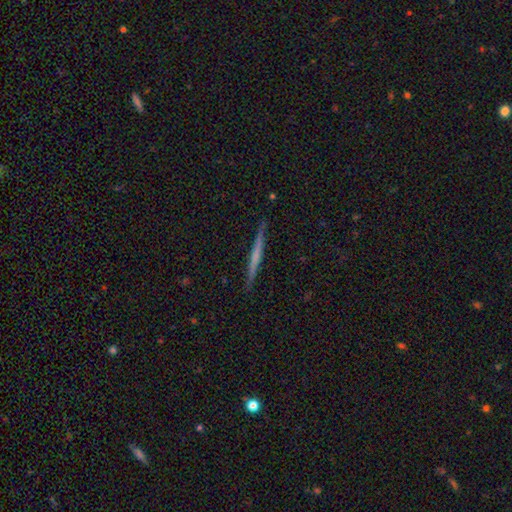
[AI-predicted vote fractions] Smooth or featured? Predicted: featured or disk (p=0.58). Edge-on disk? Predicted: yes (p=0.98). Edge-on bulge? Predicted: none (p=0.72). Merging? Predicted: none (p=0.91).